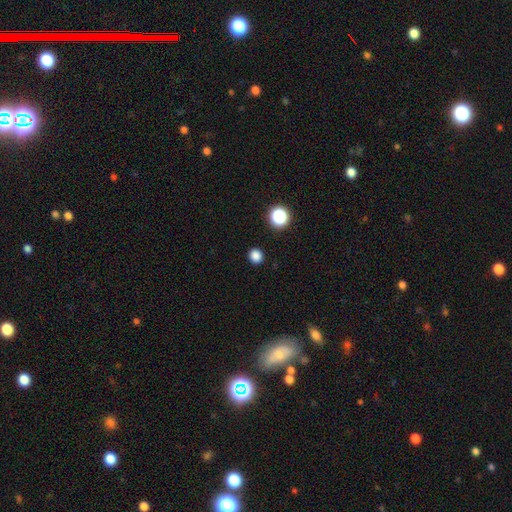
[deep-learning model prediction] smooth 83%, star or artifact 14%, featured or disk 3%. Down the decision tree: how rounded — round (83%); merging — none (91%).